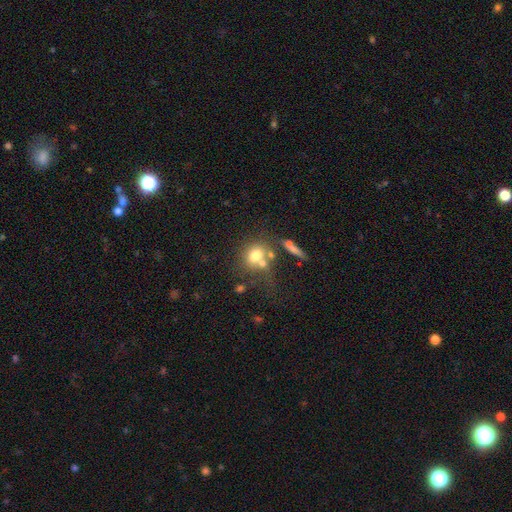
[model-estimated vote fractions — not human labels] smooth 71%, featured or disk 17%, star or artifact 12%. Down the decision tree: how rounded — round (64%); merging — none (45%).